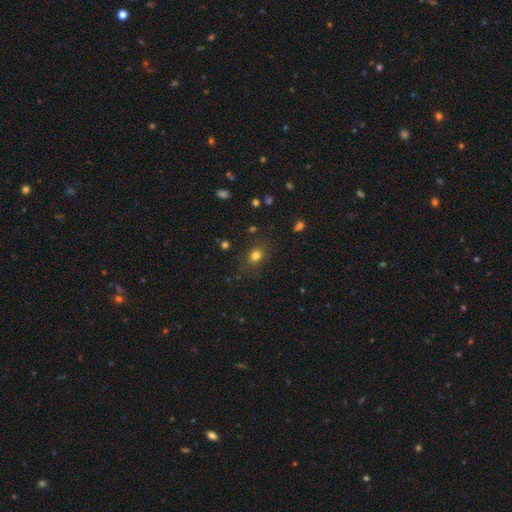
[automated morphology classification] Smooth or featured? Predicted: smooth (p=0.77). How rounded? Predicted: round (p=0.60). Merging? Predicted: none (p=0.82).